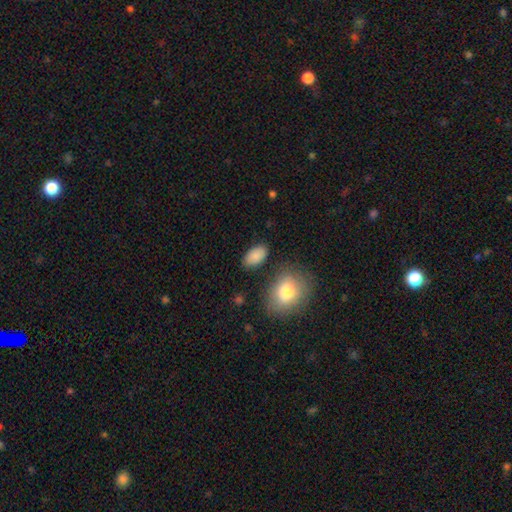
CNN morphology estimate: Smooth or featured?
  - smooth: 88% *
  - star or artifact: 7%
  - featured or disk: 5%
How rounded?
  - in between: 93% *
  - round: 5%
  - cigar-shaped: 2%
Merging?
  - none: 83% *
  - minor disturbance: 11%
  - merger: 3%
  - major disturbance: 3%